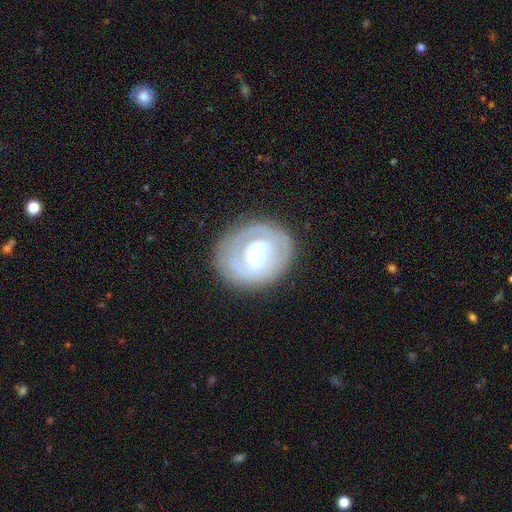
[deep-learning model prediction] This appears to be a featured or disk galaxy (77%) with a weak bar (47%), 2 (55%) tight (55%) spiral arms (82%) and a moderate central bulge (57%). Merging: none (77%).